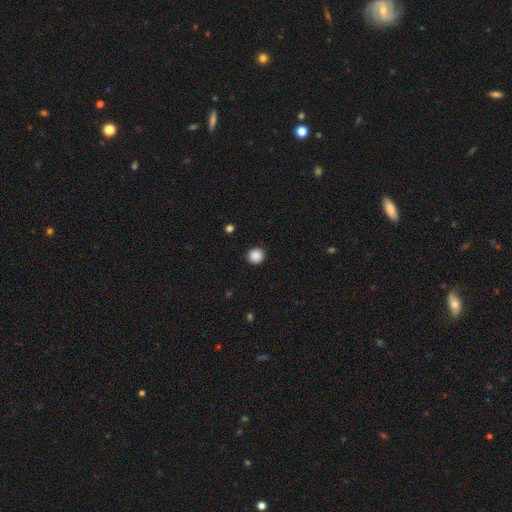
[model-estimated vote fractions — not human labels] smooth_or_featured: smooth (p=0.88) [alt: star or artifact p=0.10]
how_rounded: round (p=0.94) [alt: in between p=0.05]
merging: none (p=0.92) [alt: minor disturbance p=0.05]